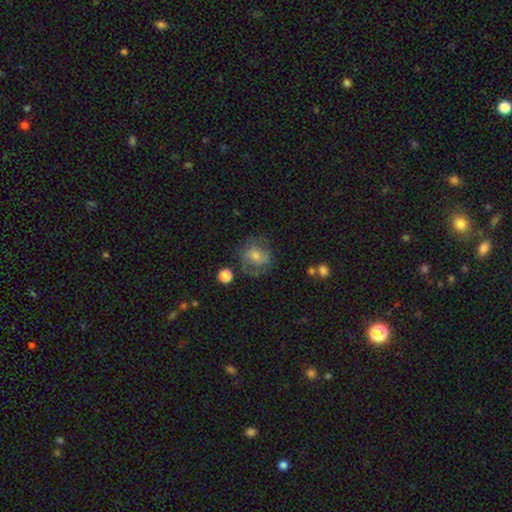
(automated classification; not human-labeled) Smooth or featured: featured or disk — 57% (smooth — 33%)
Edge-on disk: no — 97% (yes — 3%)
Bar: no — 53% (weak — 38%)
Spiral arms: yes — 84% (no — 16%)
Bulge size: small — 49% (moderate — 41%)
Merging: none — 66% (minor disturbance — 19%)